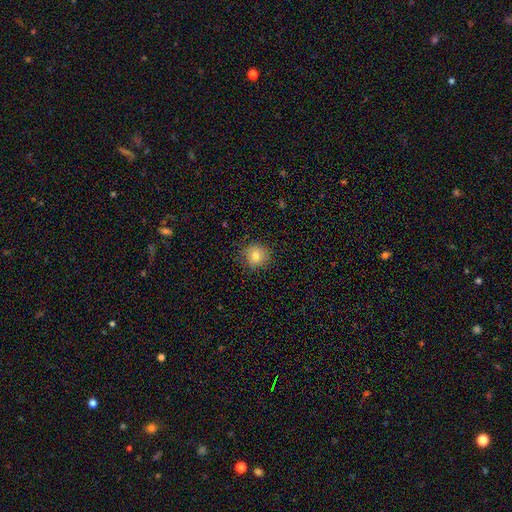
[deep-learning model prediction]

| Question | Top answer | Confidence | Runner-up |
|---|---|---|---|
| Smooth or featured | smooth | 77% | star or artifact (12%) |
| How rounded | round | 86% | in between (13%) |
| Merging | none | 83% | minor disturbance (13%) |